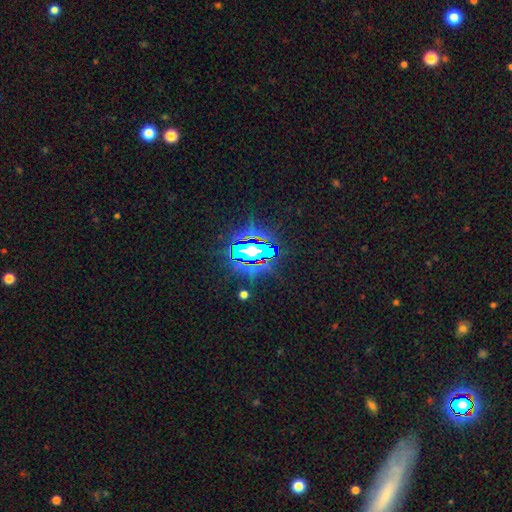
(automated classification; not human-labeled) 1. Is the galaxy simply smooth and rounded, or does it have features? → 77% star or artifact, 13% smooth, 10% featured or disk.